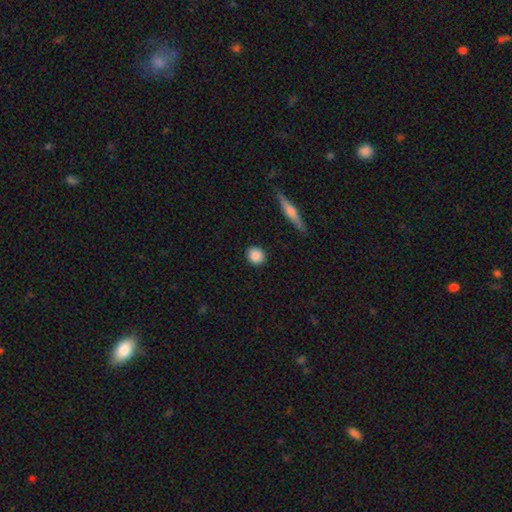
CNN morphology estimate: A smooth galaxy with no disk features (87%) that is round (86%). Merging: none (90%).